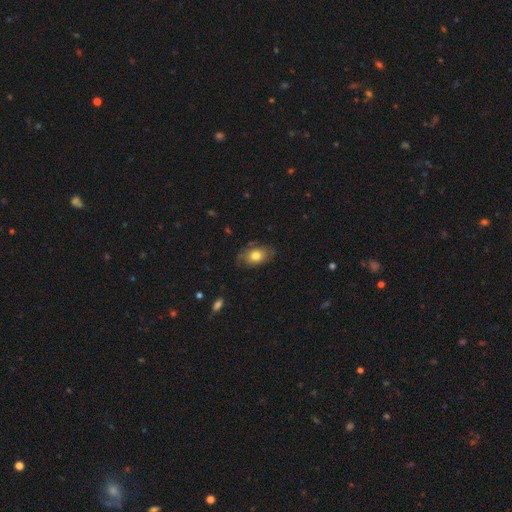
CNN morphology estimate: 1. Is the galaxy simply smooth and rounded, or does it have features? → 68% smooth, 24% featured or disk, 8% star or artifact.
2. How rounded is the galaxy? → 80% in between, 18% round, 2% cigar-shaped.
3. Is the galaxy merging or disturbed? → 69% none, 23% minor disturbance, 7% major disturbance, 1% merger.